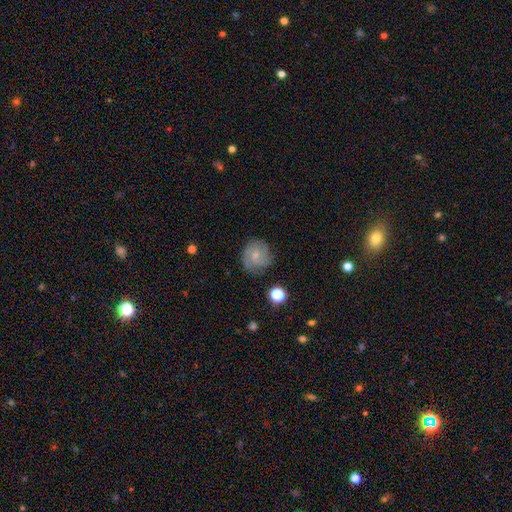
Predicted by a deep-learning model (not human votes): The model was most divided on "spiral arm count": 2: 29%, can't tell: 28%, 3: 27%, 4: 7%, 1: 5%, more than 4: 4%. More confident: edge-on disk — no (98%); spiral arms — yes (91%); merging — none (75%); bar — no (73%); smooth or featured — featured or disk (61%); bulge size — small (60%); spiral winding — tight (57%).